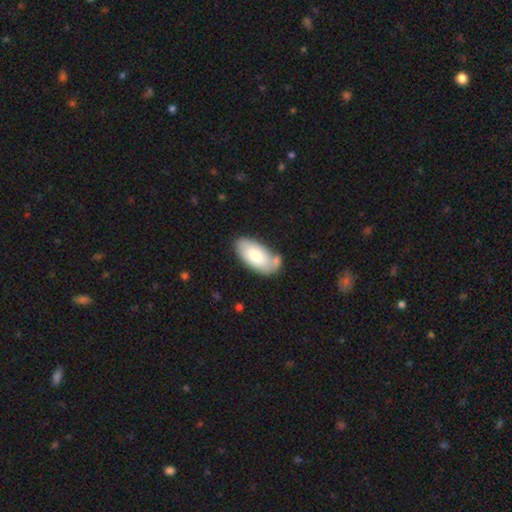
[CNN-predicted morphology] Q: Smooth or featured?
A: smooth (72%); runner-up: featured or disk (23%)
Q: How rounded?
A: in between (95%); runner-up: cigar-shaped (3%)
Q: Merging?
A: none (61%); runner-up: minor disturbance (19%)